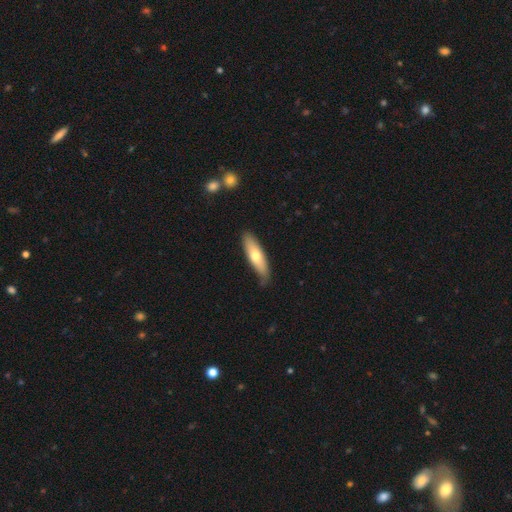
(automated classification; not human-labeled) Smooth or featured? Predicted: smooth (p=0.63). How rounded? Predicted: cigar-shaped (p=0.60). Merging? Predicted: none (p=0.76).